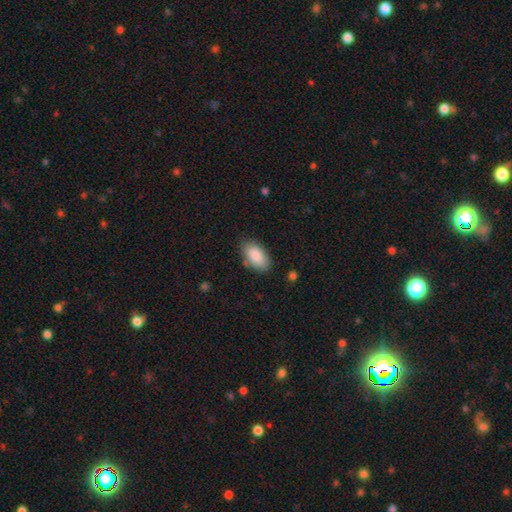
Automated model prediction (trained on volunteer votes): A smooth galaxy with no disk features (87%) that is in between round and cigar-shaped (95%). Merging: none (80%).